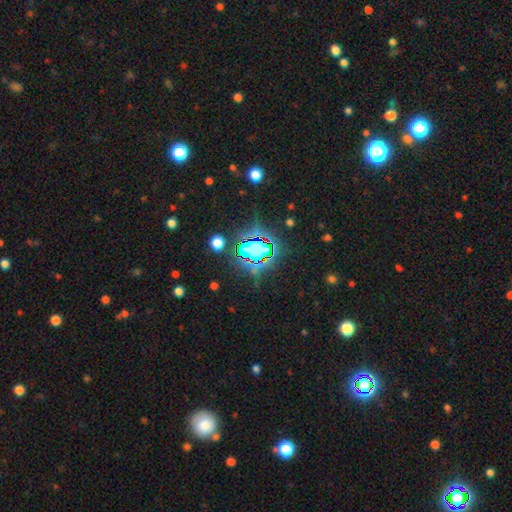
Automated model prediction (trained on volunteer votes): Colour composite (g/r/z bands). It shows a star or artifact, not a galaxy (70%).